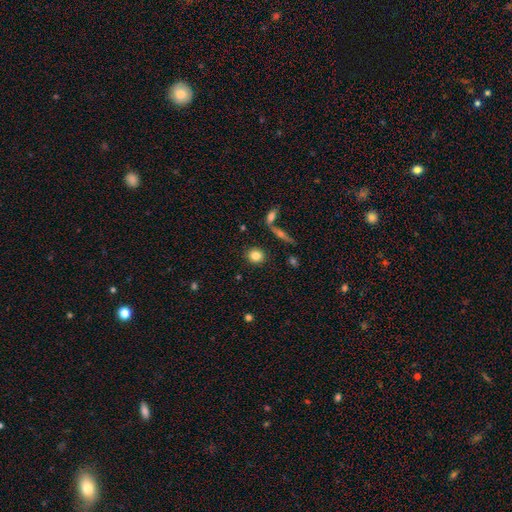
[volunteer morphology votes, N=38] A smooth galaxy with no disk features (87%) that is round (73%). Merging: none (89%).